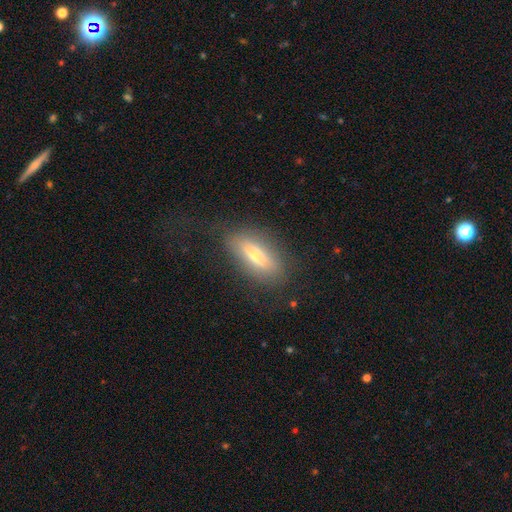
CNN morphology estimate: A smooth galaxy with no disk features (61%) that is in between round and cigar-shaped (65%).

Vote fractions:
- Smooth or featured? smooth: 61% / featured or disk: 31% / star or artifact: 8%
- How rounded? in between: 65% / cigar-shaped: 32% / round: 3%
- Merging? none: 76% / minor disturbance: 15% / major disturbance: 7% / merger: 1%